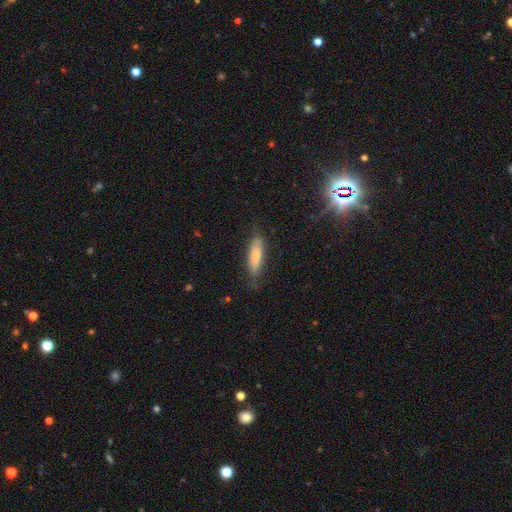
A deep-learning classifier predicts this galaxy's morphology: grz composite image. It shows a smooth galaxy with no disk features (73%) that is cigar-shaped (61%). Merging: none (76%).